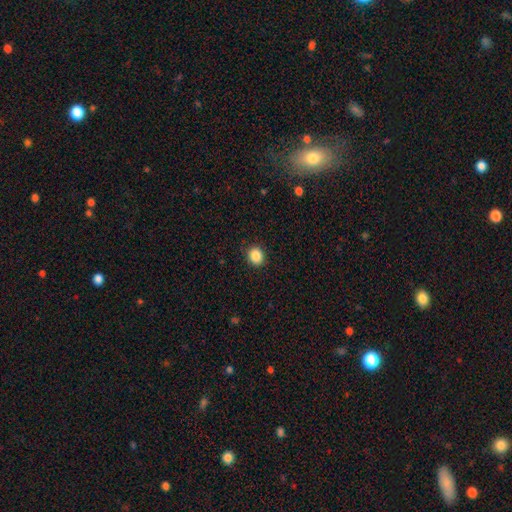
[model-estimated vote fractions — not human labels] A smooth galaxy with no disk features (87%) that is round (70%).

Vote fractions:
- Smooth or featured? smooth: 87% / star or artifact: 9% / featured or disk: 4%
- How rounded? round: 70% / in between: 29% / cigar-shaped: 1%
- Merging? none: 90% / minor disturbance: 7% / major disturbance: 2% / merger: 1%